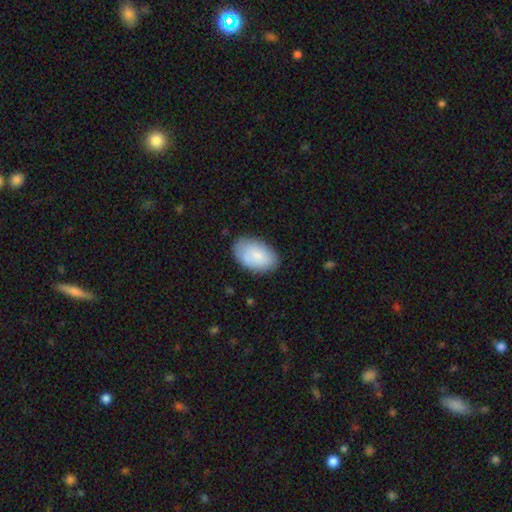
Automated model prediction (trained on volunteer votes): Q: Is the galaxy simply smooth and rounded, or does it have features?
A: smooth — 80%.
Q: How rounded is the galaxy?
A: in between — 92%.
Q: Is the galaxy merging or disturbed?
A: none — 78%.